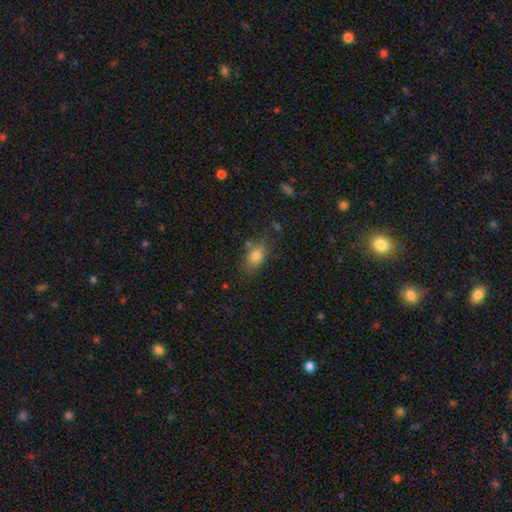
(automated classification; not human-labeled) This is clearly a smooth galaxy (80%). How rounded: clearly in between (84%). Merging: likely none (71%).